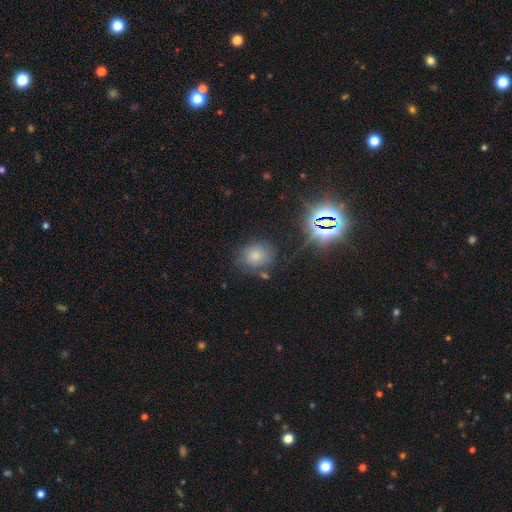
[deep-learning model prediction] smooth 70%, star or artifact 19%, featured or disk 11%. Down the decision tree: how rounded — round (62%); merging — none (70%).